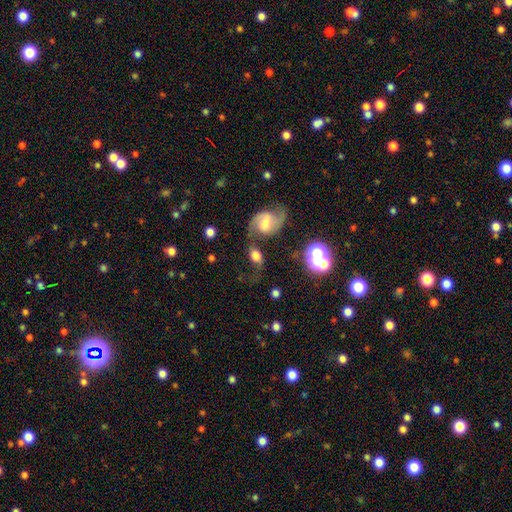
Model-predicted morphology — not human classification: Smooth or featured? featured or disk (45%)
Merging? none (46%)